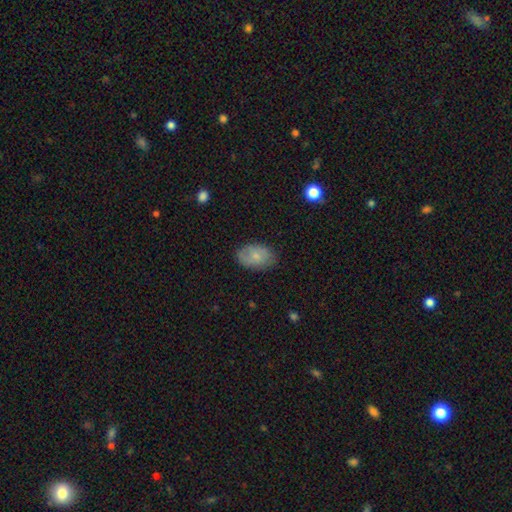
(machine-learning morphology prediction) A smooth galaxy with no disk features (67%) that is in between round and cigar-shaped (87%).

Vote fractions:
- Smooth or featured? smooth: 67% / featured or disk: 25% / star or artifact: 7%
- How rounded? in between: 87% / round: 11% / cigar-shaped: 1%
- Merging? none: 78% / minor disturbance: 17% / major disturbance: 4% / merger: 1%